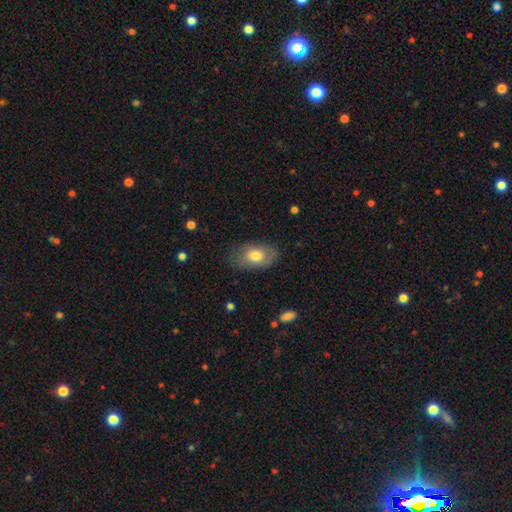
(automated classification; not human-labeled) smooth_or_featured: smooth (p=0.73) [alt: featured or disk p=0.19]
how_rounded: in between (p=0.88) [alt: round p=0.10]
merging: none (p=0.75) [alt: minor disturbance p=0.18]